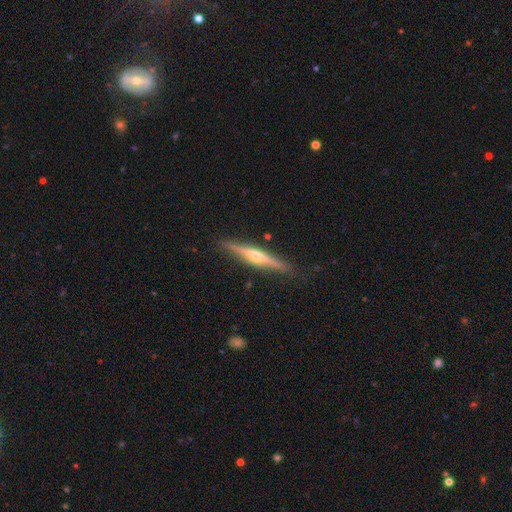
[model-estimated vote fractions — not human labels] A featured or disk galaxy (77%) viewed edge-on (98%) with a rounded central bulge (85%).

Vote fractions:
- Smooth or featured? featured or disk: 77% / smooth: 17% / star or artifact: 5%
- Edge-on disk? yes: 98% / no: 2%
- Edge-on bulge? rounded: 85% / none: 10% / boxy: 5%
- Merging? none: 89% / minor disturbance: 8% / major disturbance: 2% / merger: 1%